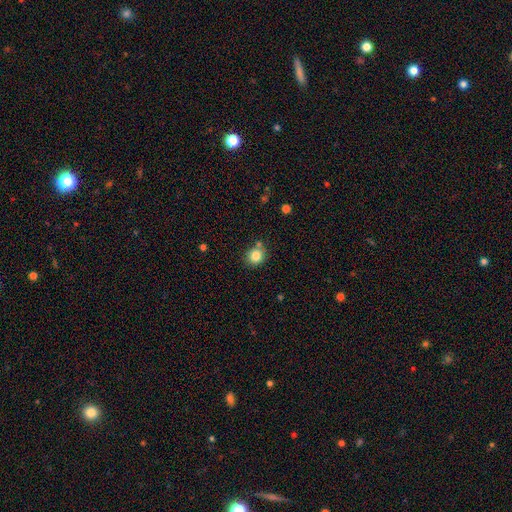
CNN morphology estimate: Smooth or featured?
  - smooth: 84% *
  - star or artifact: 10%
  - featured or disk: 6%
How rounded?
  - round: 82% *
  - in between: 17%
  - cigar-shaped: 1%
Merging?
  - none: 72% *
  - minor disturbance: 12%
  - merger: 12%
  - major disturbance: 3%